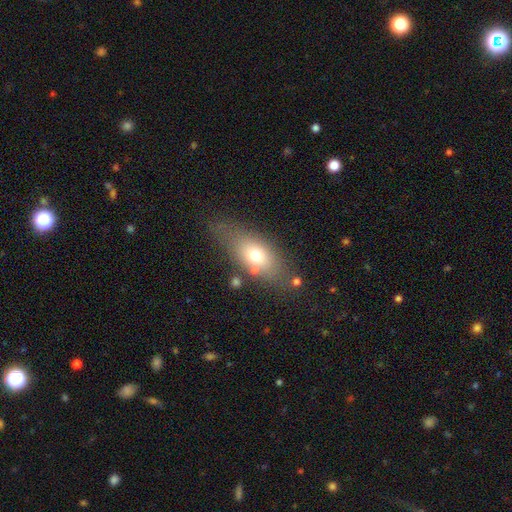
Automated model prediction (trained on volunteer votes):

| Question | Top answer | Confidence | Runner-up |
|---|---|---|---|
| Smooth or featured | smooth | 66% | featured or disk (24%) |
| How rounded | in between | 75% | cigar-shaped (15%) |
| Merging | none | 68% | minor disturbance (18%) |